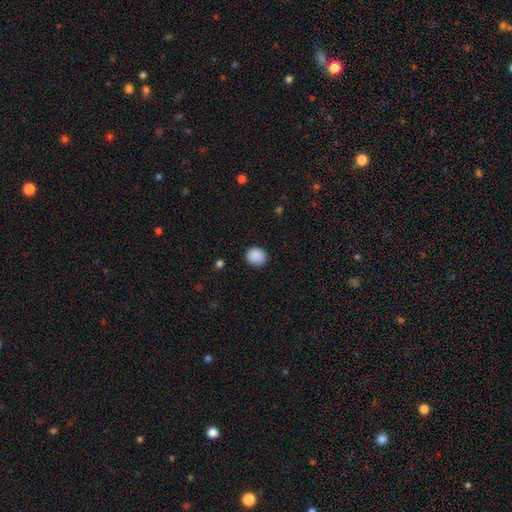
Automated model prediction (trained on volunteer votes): A smooth galaxy with no disk features (89%) that is round (72%). Merging: none (86%).